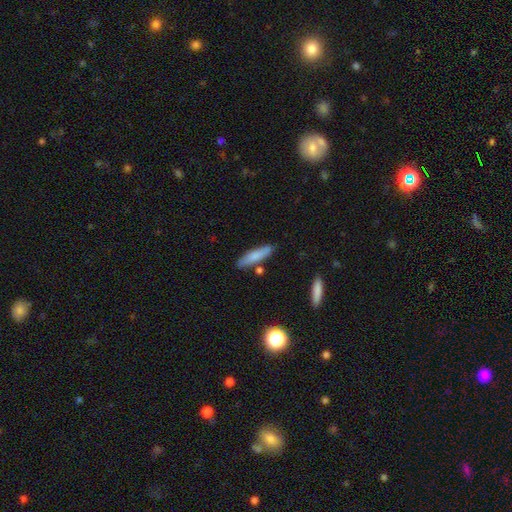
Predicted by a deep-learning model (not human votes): smooth-or-featured: smooth: 77% | featured or disk: 17% | star or artifact: 6%
  how-rounded: cigar-shaped: 75% | in between: 23% | round: 2%
  merging: none: 80% | minor disturbance: 12% | merger: 5% | major disturbance: 2%